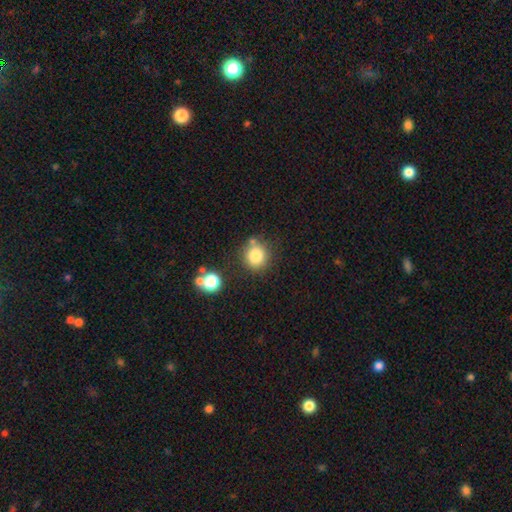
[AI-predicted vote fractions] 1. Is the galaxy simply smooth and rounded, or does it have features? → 82% smooth, 11% star or artifact, 7% featured or disk.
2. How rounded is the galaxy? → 89% round, 10% in between, 1% cigar-shaped.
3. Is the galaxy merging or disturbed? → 73% none, 12% minor disturbance, 11% merger, 4% major disturbance.